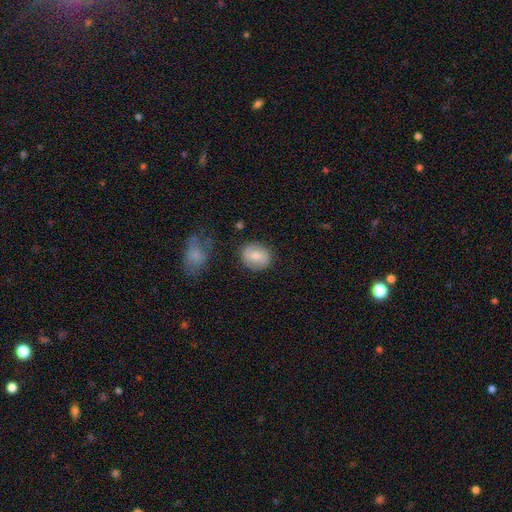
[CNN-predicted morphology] A smooth galaxy with no disk features (74%) that is round (69%). Merging: none (82%).